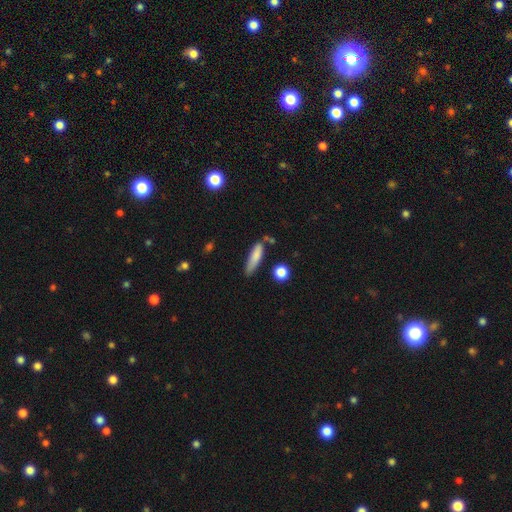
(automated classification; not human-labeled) This appears to be a smooth galaxy with no disk features (81%) that is cigar-shaped (72%). Merging: none (64%).